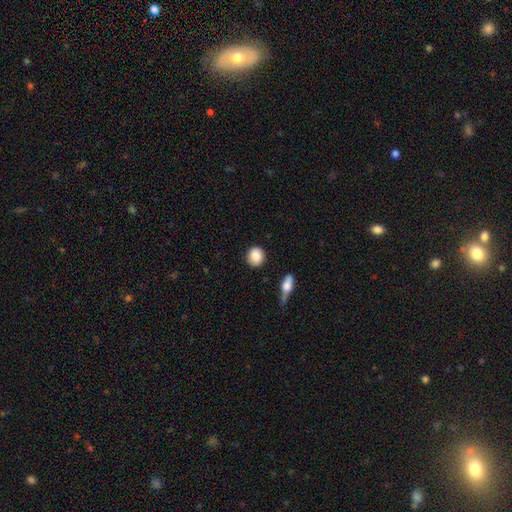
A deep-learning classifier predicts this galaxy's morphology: A smooth galaxy with no disk features (86%) that is round (83%).

Vote fractions:
- Smooth or featured? smooth: 86% / star or artifact: 7% / featured or disk: 6%
- How rounded? round: 83% / in between: 16% / cigar-shaped: 2%
- Merging? none: 85% / minor disturbance: 10% / major disturbance: 3% / merger: 3%